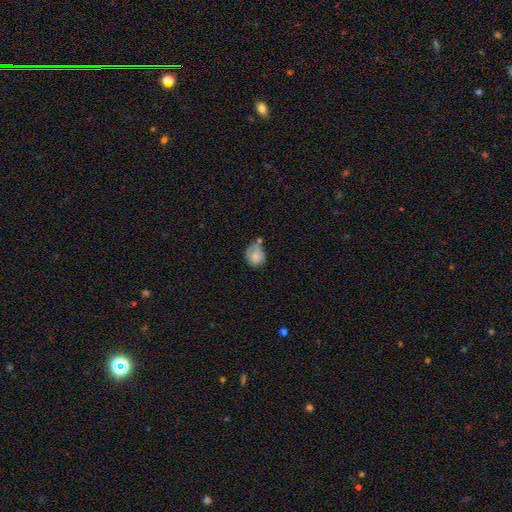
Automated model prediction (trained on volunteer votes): Smooth or featured?
  - smooth: 71% *
  - featured or disk: 20%
  - star or artifact: 9%
How rounded?
  - round: 66% *
  - in between: 33%
  - cigar-shaped: 1%
Merging?
  - none: 38% *
  - minor disturbance: 29%
  - merger: 20%
  - major disturbance: 13%